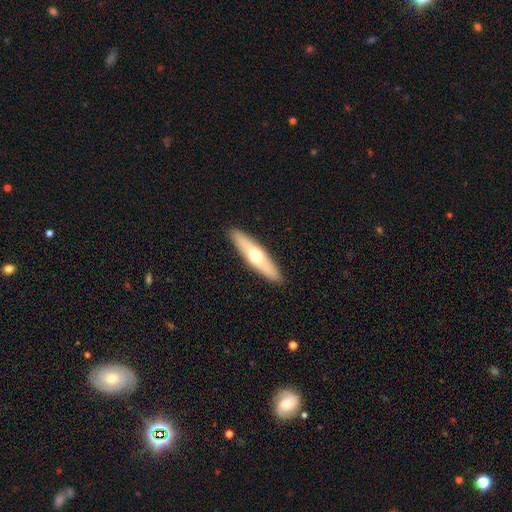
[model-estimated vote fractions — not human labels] smooth 52%, featured or disk 42%, star or artifact 5%. Down the decision tree: how rounded — cigar-shaped (75%); merging — none (90%).